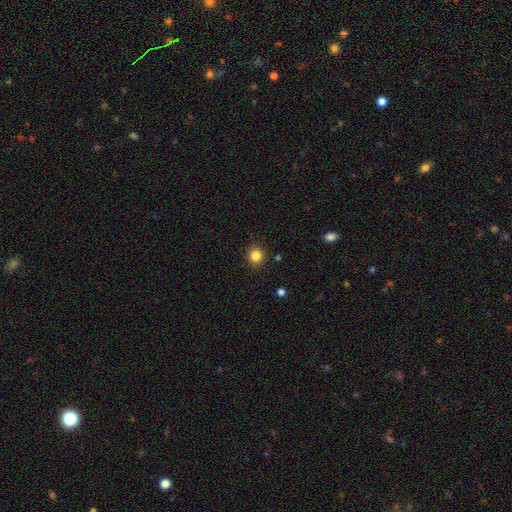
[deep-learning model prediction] A smooth galaxy with no disk features (84%) that is round (89%). Merging: none (90%).